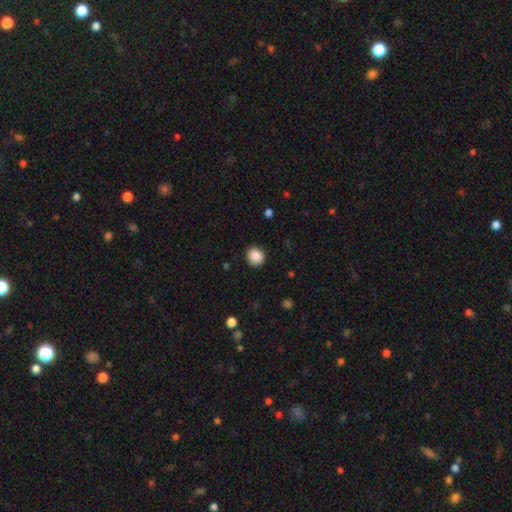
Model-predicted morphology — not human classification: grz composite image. It shows a smooth galaxy with no disk features (87%) that is round (84%). Merging: none (89%).